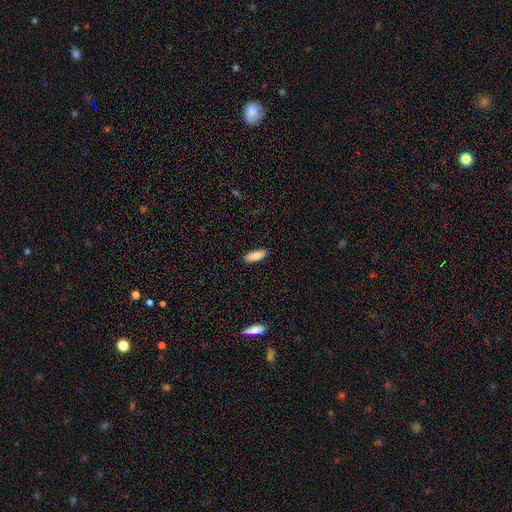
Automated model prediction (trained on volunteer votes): This appears to be a smooth galaxy with no disk features (86%) that is in between round and cigar-shaped (73%). Merging: none (88%).